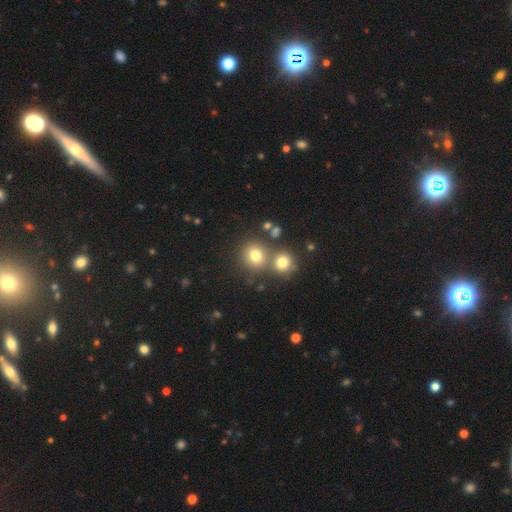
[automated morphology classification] Overall: smooth (76%). How rounded: round (87%). Merging: none (59%; merger 30%).